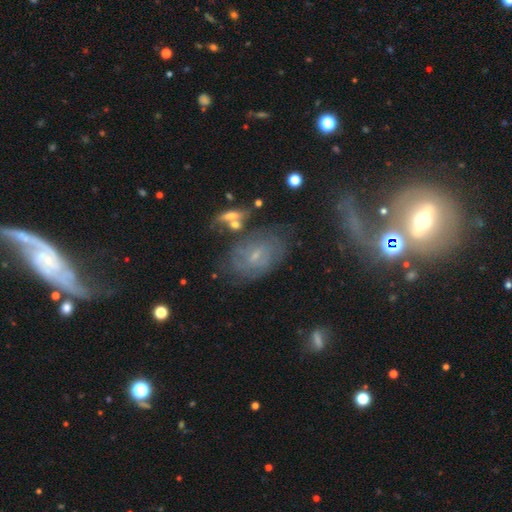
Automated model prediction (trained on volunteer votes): Overall: featured or disk (65%). Edge-on disk: no (95%). Bar: no (57%; weak 36%). Spiral arms: yes (79%). Bulge size: small (75%). Merging: none (64%).